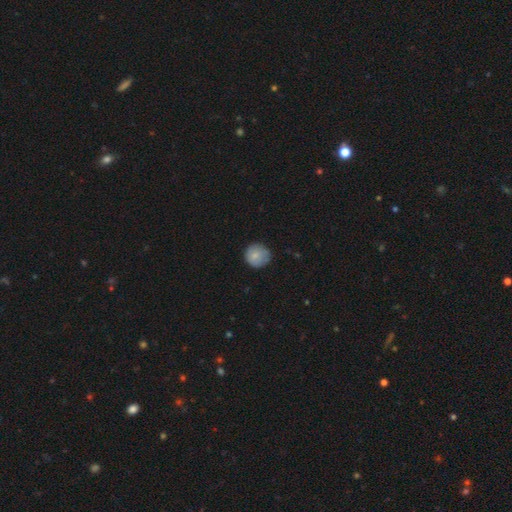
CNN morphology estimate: Smooth or featured? Predicted: smooth (p=0.82). How rounded? Predicted: round (p=0.92). Merging? Predicted: none (p=0.79).